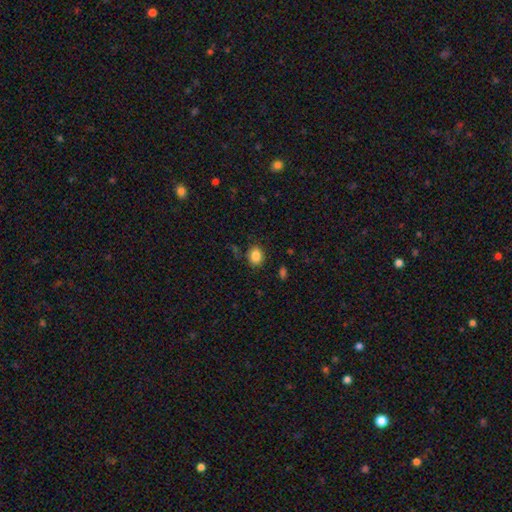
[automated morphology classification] type=smooth (85%); roundness=round (54%); merging=none (82%).